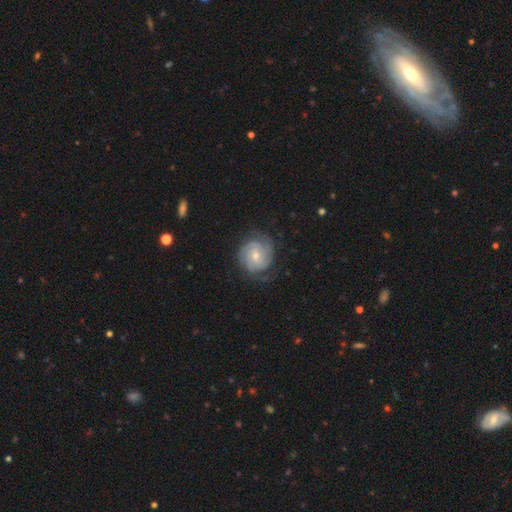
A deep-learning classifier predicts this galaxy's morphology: A featured or disk galaxy (84%) with no bar (61%), 3 (29%) tight (72%) spiral arms (97%) and a small central bulge (56%). Merging: none (75%).